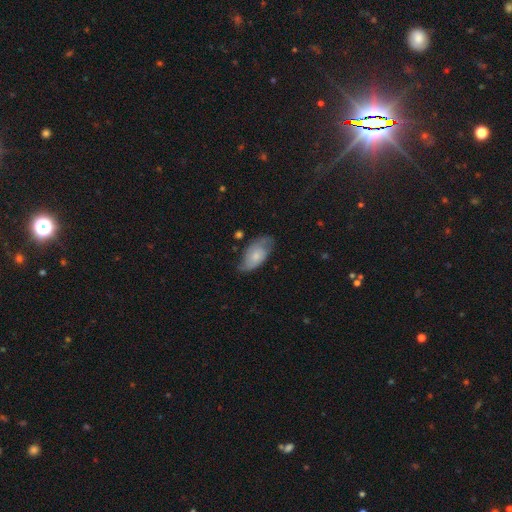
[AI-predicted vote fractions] The model was most divided on "smooth or featured": featured or disk: 47%, smooth: 46%, star or artifact: 7%. More confident: merging — none (59%).